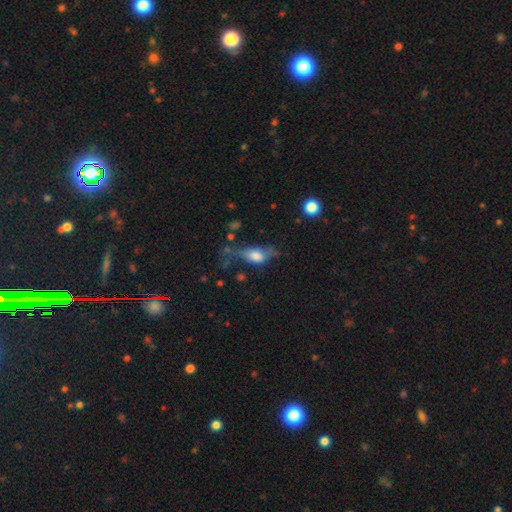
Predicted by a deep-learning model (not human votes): This is likely a smooth galaxy (64%). How rounded: clearly in between (81%). Merging: marginally major disturbance (37%).